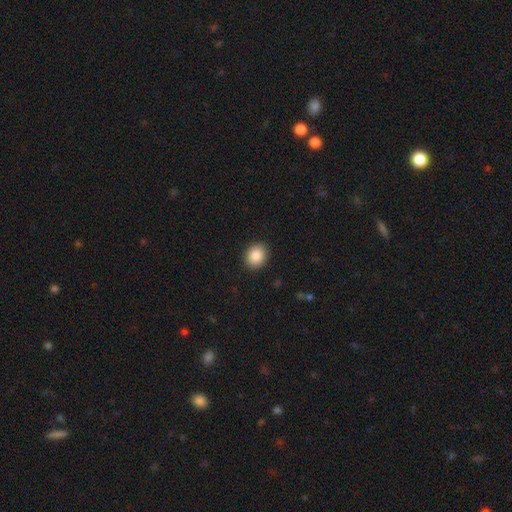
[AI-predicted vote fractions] A smooth galaxy with no disk features (88%) that is round (65%). Merging: none (91%).